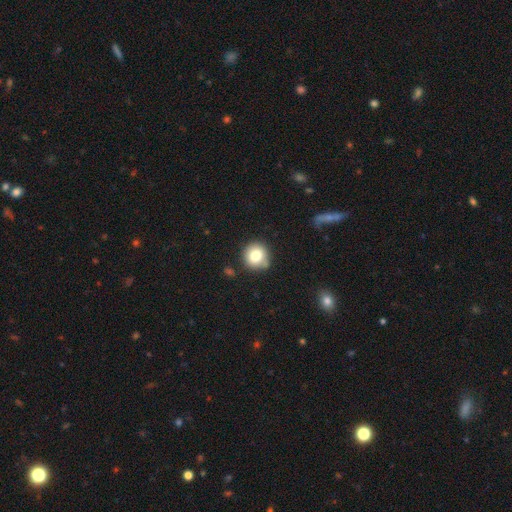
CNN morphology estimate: Smooth or featured? smooth (79%)
How rounded? round (92%)
Merging? none (80%)